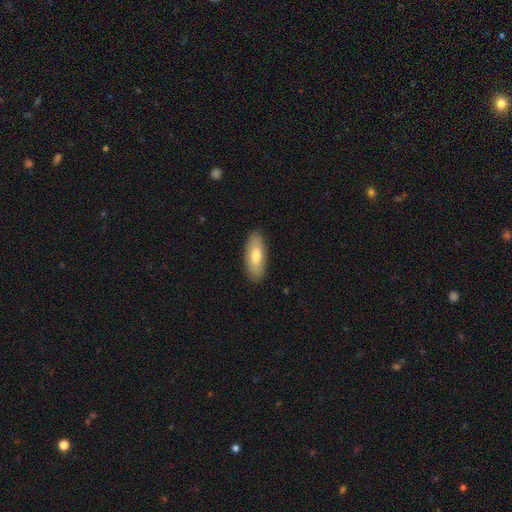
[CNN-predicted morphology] Smooth or featured: smooth — 74% (featured or disk — 21%)
How rounded: in between — 78% (cigar-shaped — 20%)
Merging: none — 89% (minor disturbance — 8%)